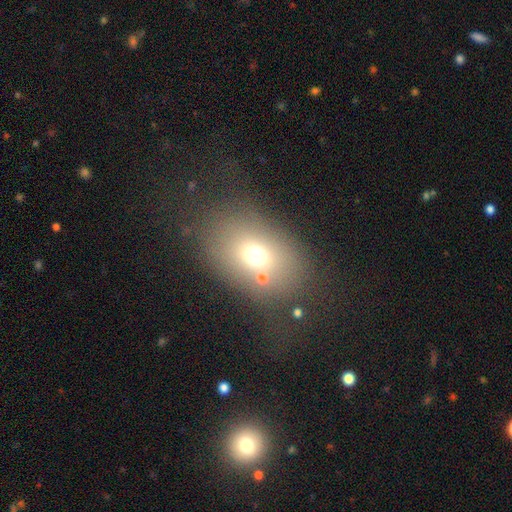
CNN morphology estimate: This appears to be a smooth galaxy with no disk features (66%) that is in between round and cigar-shaped (69%). Merging: none (63%).